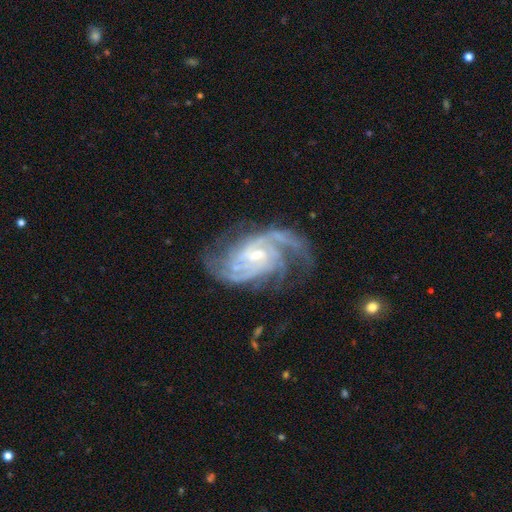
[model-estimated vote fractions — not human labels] Morphology: type=featured or disk (92%); edge-on=no (97%); bar=weak (47%); spiral arms=yes (98%); winding=medium (44%, tied with tight); arm count=2 (28%); bulge=small (60%); merging=none (66%).